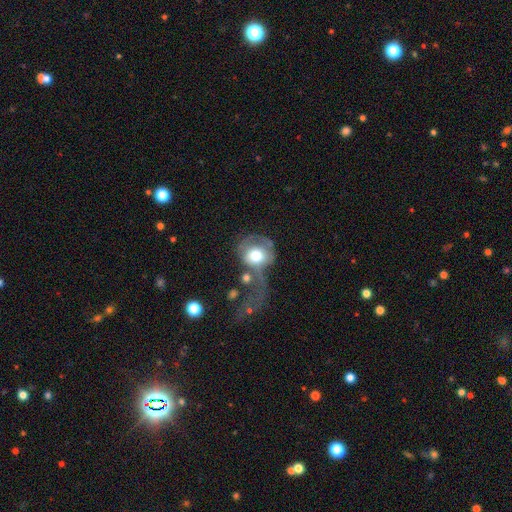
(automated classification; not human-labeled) The model was most divided on "smooth or featured": smooth: 52%, featured or disk: 40%, star or artifact: 8%. Remaining: how rounded — round (70%); merging — major disturbance (50%).